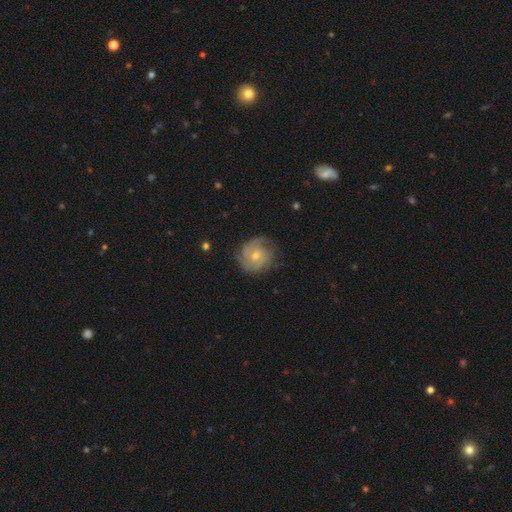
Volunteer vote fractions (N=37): Smooth or featured? 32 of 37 (86%) said featured or disk. Edge-on disk? 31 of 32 (97%) said no. Bar? 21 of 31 (68%) said no. Spiral arms? 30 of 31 (97%) said yes. Spiral winding? 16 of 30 (53%) said tight. Spiral arm count? 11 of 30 (37%) said 3. Bulge size? 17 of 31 (55%) said small. Merging? 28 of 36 (78%) said none.